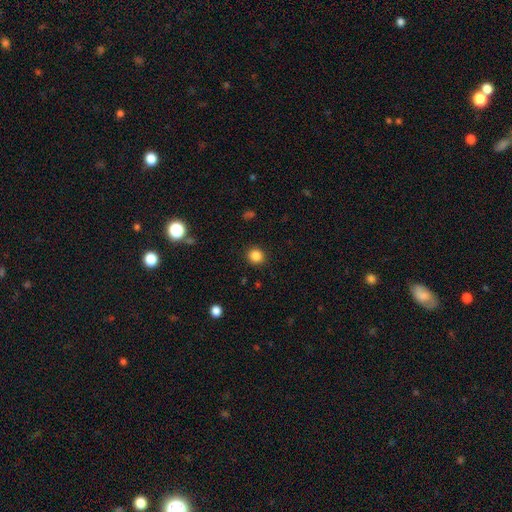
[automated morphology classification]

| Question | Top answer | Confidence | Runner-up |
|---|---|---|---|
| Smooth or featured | smooth | 85% | star or artifact (11%) |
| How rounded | round | 89% | in between (10%) |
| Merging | none | 91% | minor disturbance (6%) |